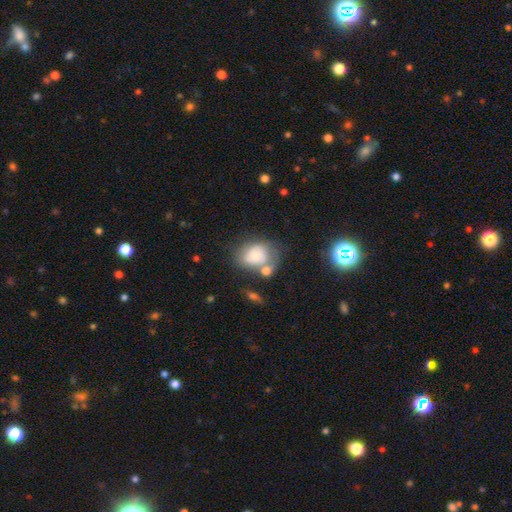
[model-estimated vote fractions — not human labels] Morphology: type=smooth (63%); roundness=in between (55%); merging=none (42%).